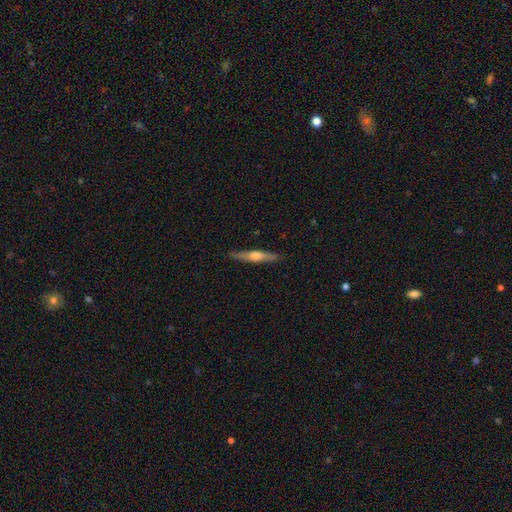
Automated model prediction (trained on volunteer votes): The model was most divided on "smooth or featured": featured or disk: 53%, smooth: 41%, star or artifact: 6%. More confident: edge-on disk — yes (93%); merging — none (88%).